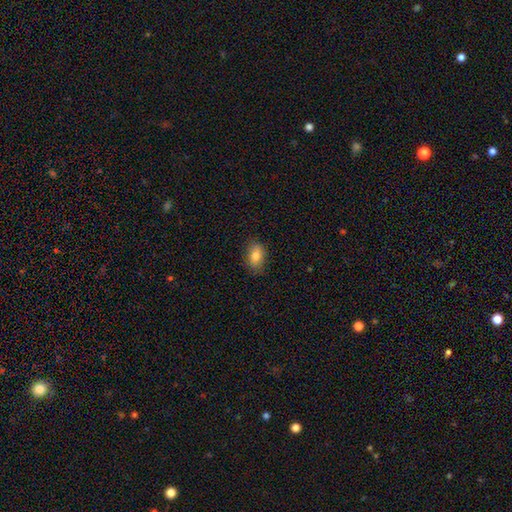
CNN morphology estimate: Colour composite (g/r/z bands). It shows a smooth galaxy with no disk features (82%) that is in between round and cigar-shaped (85%). Merging: none (84%).